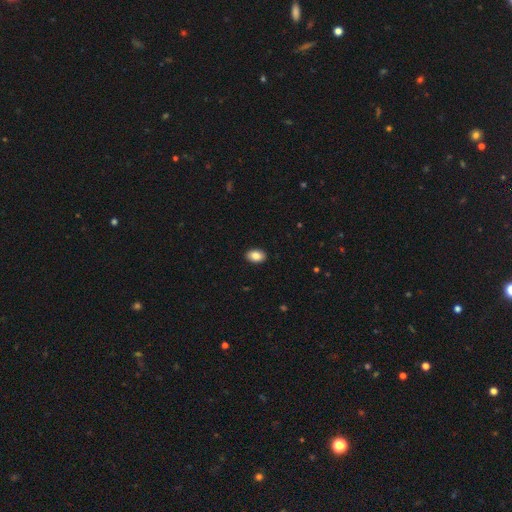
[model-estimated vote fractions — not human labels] Q: Smooth or featured?
A: smooth (86%); runner-up: star or artifact (7%)
Q: How rounded?
A: in between (86%); runner-up: round (13%)
Q: Merging?
A: none (91%); runner-up: minor disturbance (6%)